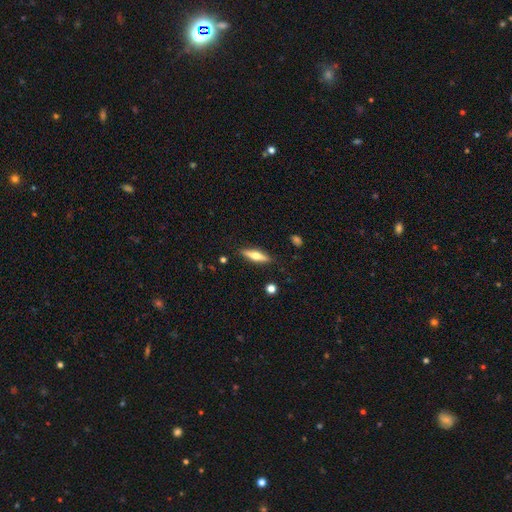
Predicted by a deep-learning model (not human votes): smooth 47% (tied), featured or disk 47% (tied), star or artifact 6%. Down the decision tree: merging — none (87%).